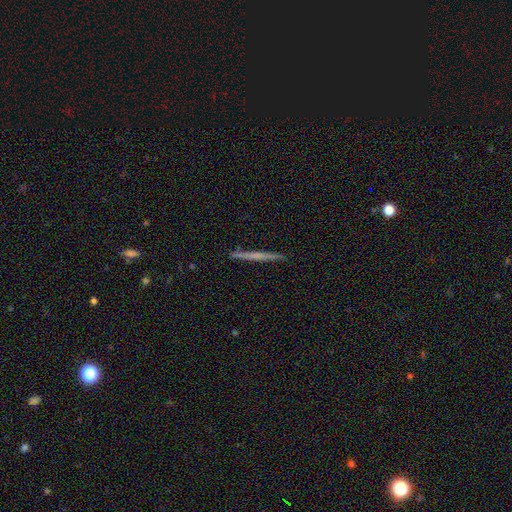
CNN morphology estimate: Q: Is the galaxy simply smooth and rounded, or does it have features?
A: featured or disk — 50%.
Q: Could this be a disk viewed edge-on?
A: yes — 98%.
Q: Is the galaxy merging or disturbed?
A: none — 92%.